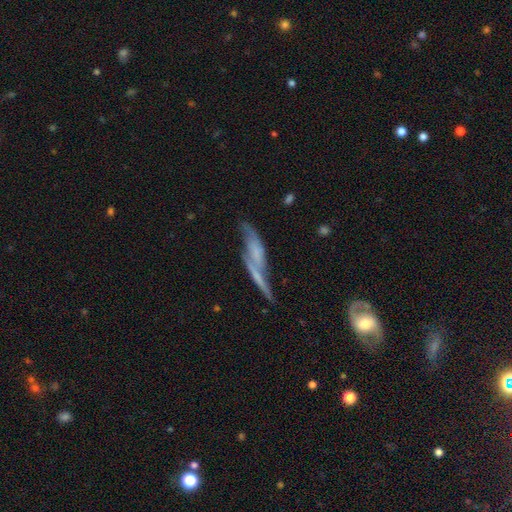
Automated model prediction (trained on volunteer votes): Smooth or featured? Predicted: featured or disk (p=0.59). Edge-on disk? Predicted: no (p=0.51). Merging? Predicted: none (p=0.34).